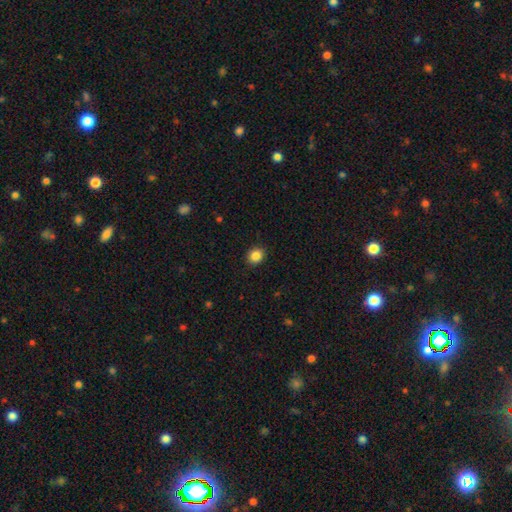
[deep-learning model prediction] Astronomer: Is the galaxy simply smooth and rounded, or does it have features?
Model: smooth — 87%.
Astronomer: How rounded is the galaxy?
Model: round — 74%.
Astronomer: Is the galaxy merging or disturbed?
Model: none — 90%.